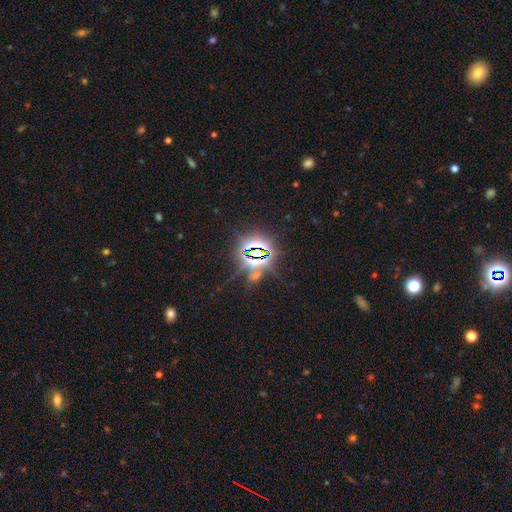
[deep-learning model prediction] Overall: star or artifact (83%).